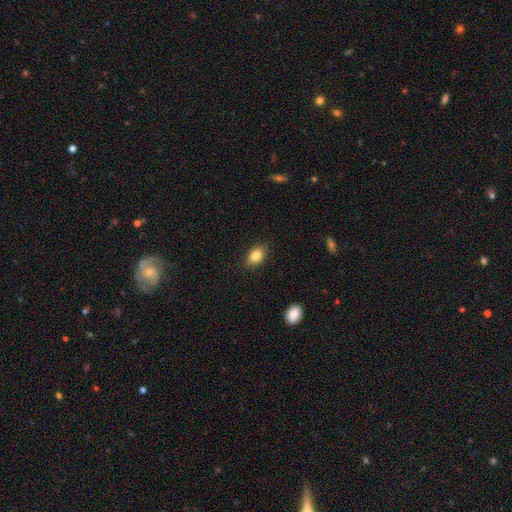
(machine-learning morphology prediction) smooth 84%, star or artifact 8%, featured or disk 8%. Down the decision tree: how rounded — in between (84%); merging — none (86%).